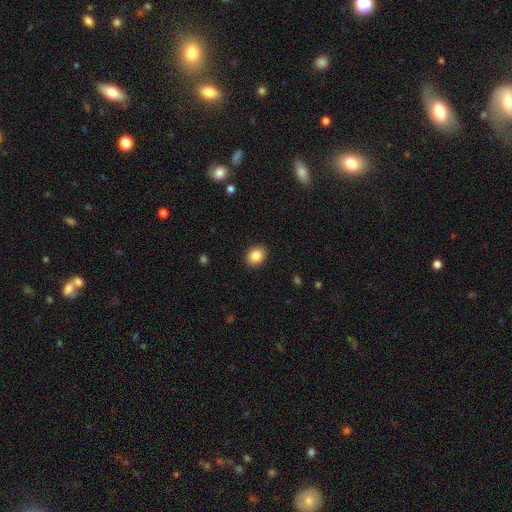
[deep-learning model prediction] This appears to be a smooth galaxy with no disk features (87%) that is in between round and cigar-shaped (54%). Merging: none (90%).